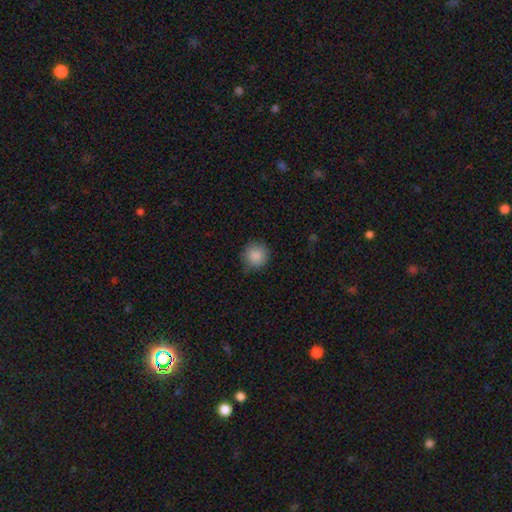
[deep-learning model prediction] smooth 88%, star or artifact 8%, featured or disk 4%. Down the decision tree: how rounded — round (94%); merging — none (84%).